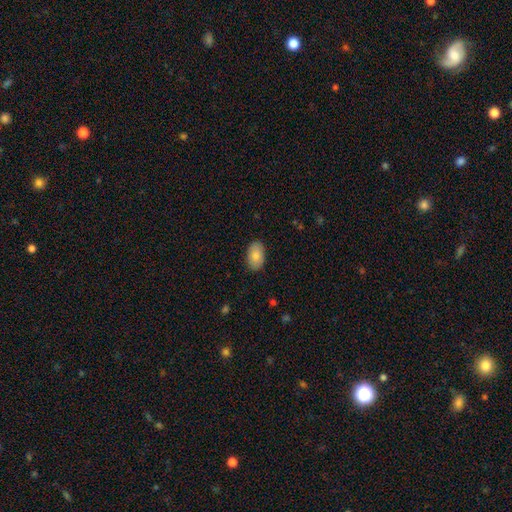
This appears to be a smooth galaxy with no disk features (85%) that is in between round and cigar-shaped (94%). Merging: none (87%).